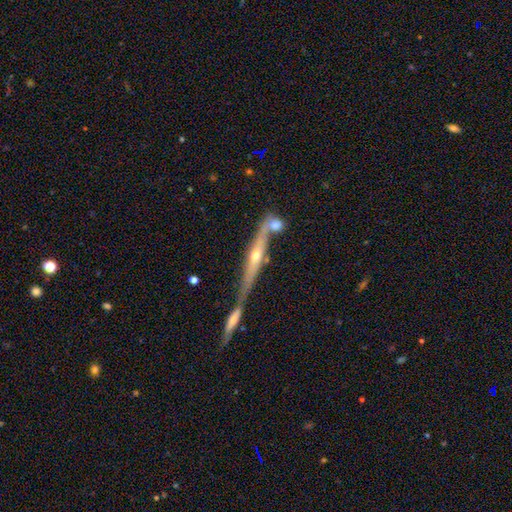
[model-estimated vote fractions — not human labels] Morphology: type=featured or disk (68%); edge-on=yes (84%); edge-on bulge=rounded (84%); merging=merger (42%).